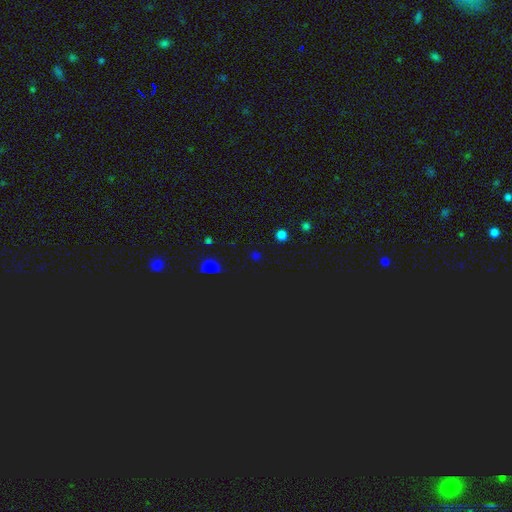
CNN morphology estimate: This appears to be a star or artifact, not a galaxy (48%).